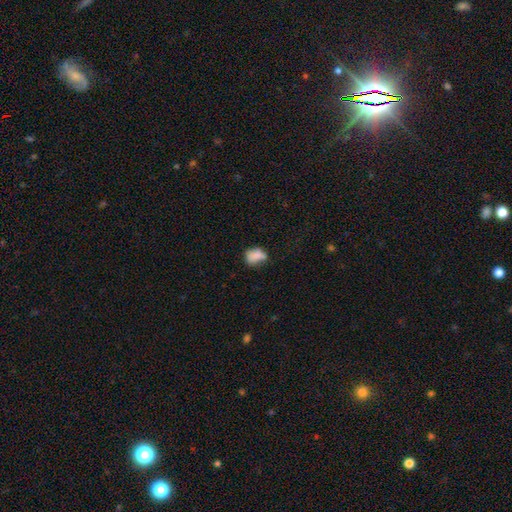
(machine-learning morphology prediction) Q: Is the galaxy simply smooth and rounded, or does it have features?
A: smooth — 76%.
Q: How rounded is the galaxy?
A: in between — 69%.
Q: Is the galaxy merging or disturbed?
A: none — 41%.